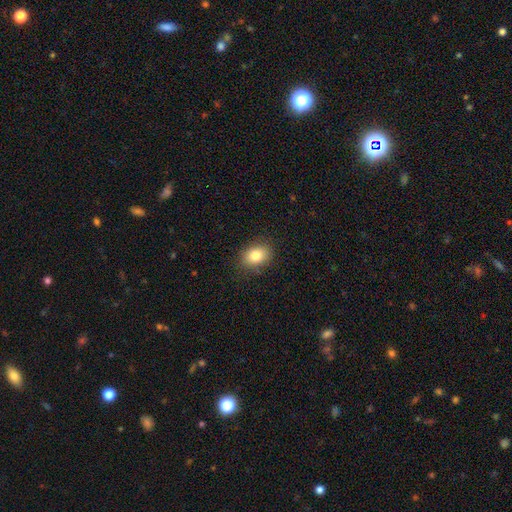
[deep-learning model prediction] smooth 83%, star or artifact 9%, featured or disk 8%. Down the decision tree: how rounded — in between (75%); merging — none (87%).